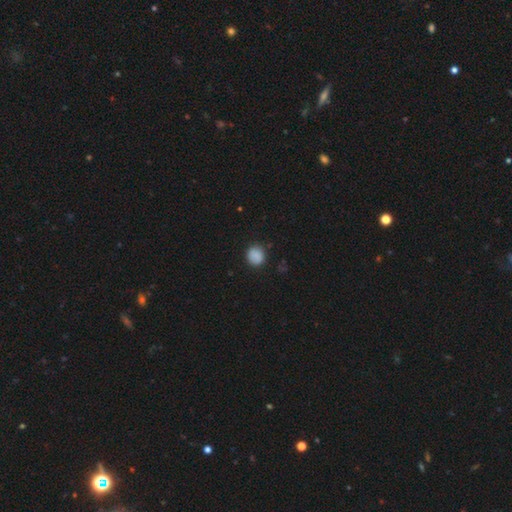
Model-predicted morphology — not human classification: Q: Smooth or featured?
A: smooth (87%); runner-up: star or artifact (9%)
Q: How rounded?
A: round (83%); runner-up: in between (16%)
Q: Merging?
A: none (85%); runner-up: minor disturbance (11%)